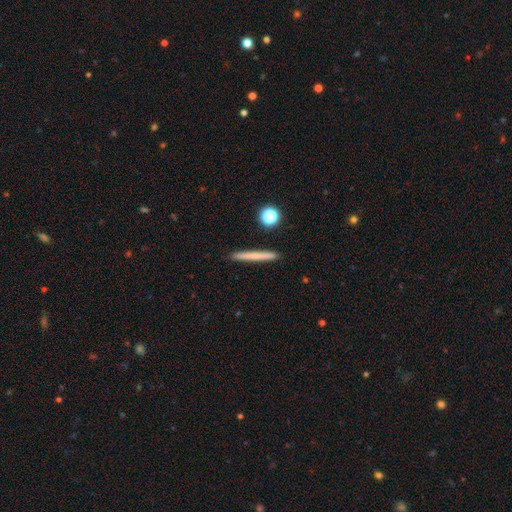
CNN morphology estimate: The model was most divided on "smooth or featured": smooth: 64%, featured or disk: 29%, star or artifact: 7%. More confident: how rounded — cigar-shaped (96%); merging — none (92%).